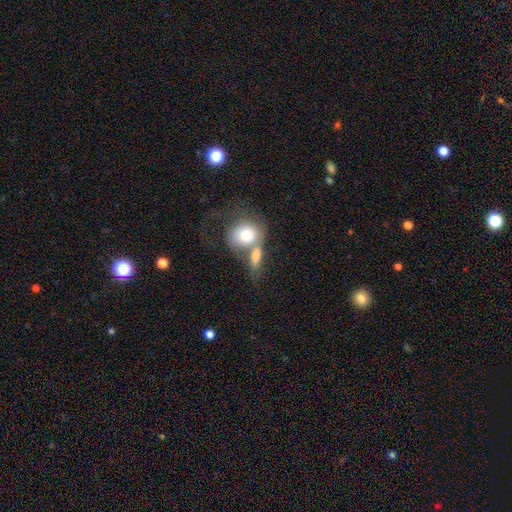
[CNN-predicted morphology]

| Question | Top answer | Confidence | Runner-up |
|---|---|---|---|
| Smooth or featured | smooth | 70% | featured or disk (23%) |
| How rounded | in between | 55% | round (40%) |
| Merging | merger | 61% | none (21%) |